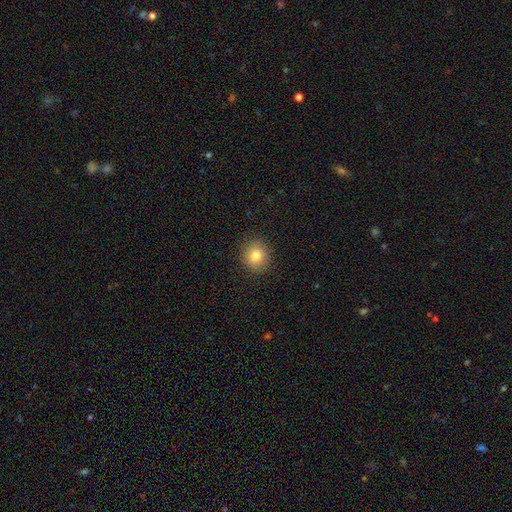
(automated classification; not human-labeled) Overall: smooth (81%). How rounded: round (83%). Merging: none (90%).